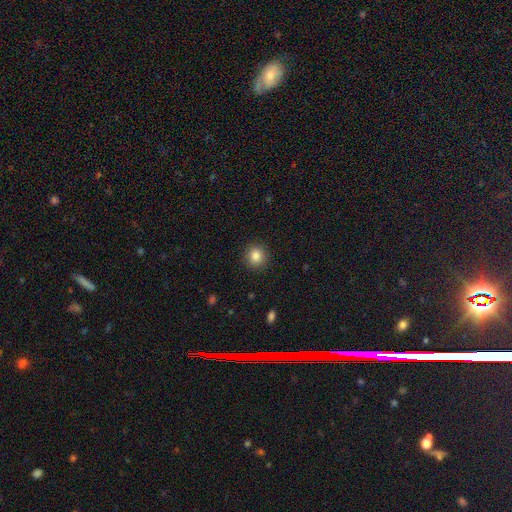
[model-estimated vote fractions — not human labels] Overall: smooth (85%). How rounded: round (91%). Merging: none (91%).